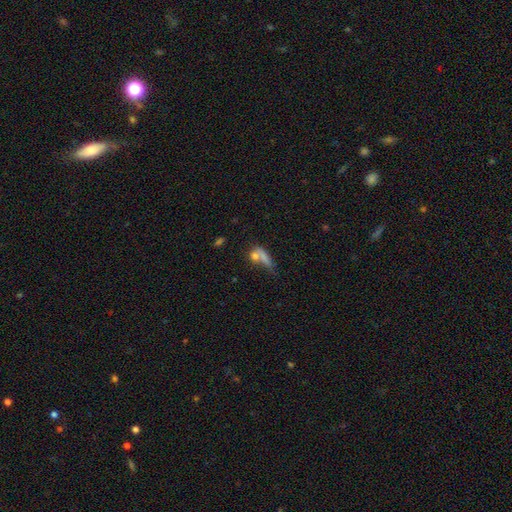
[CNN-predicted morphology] This appears to be a smooth galaxy with no disk features (67%) that is in between round and cigar-shaped (54%). Merging: merger (44%).